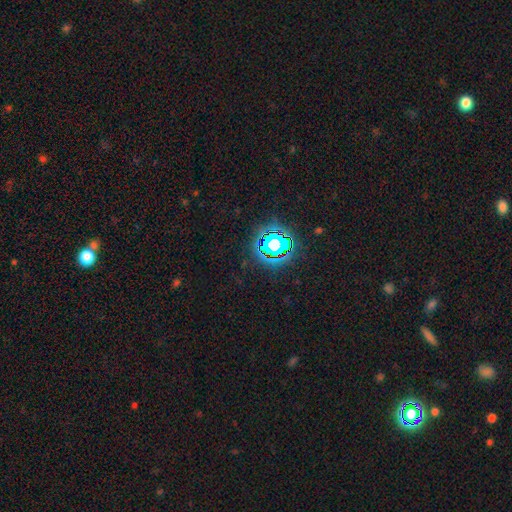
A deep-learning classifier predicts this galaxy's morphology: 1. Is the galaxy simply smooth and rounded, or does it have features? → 80% star or artifact, 13% smooth, 7% featured or disk.